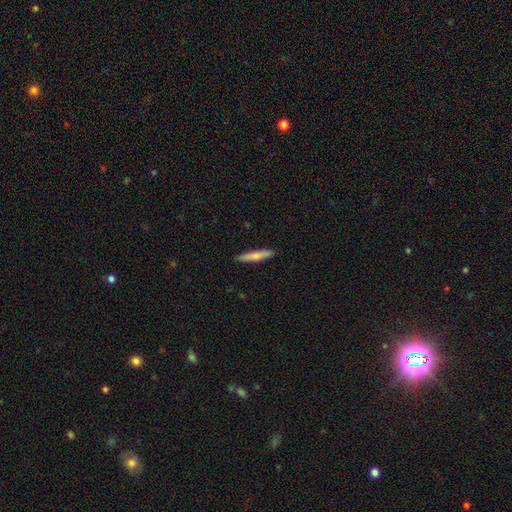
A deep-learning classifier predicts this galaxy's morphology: Smooth or featured? smooth (73%)
How rounded? cigar-shaped (92%)
Merging? none (90%)